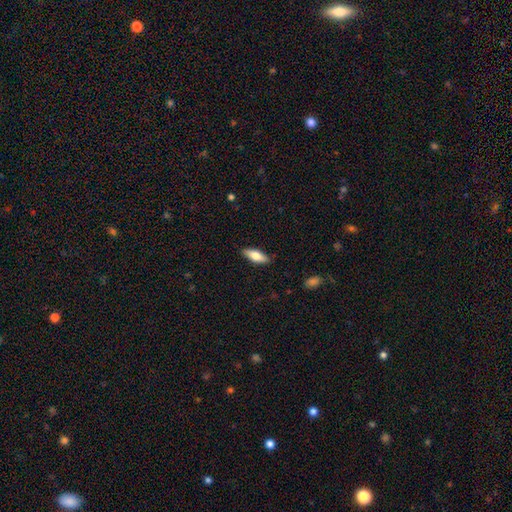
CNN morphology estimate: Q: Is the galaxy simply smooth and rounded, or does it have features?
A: smooth — 73%.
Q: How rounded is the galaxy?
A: in between — 67%.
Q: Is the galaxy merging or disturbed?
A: none — 87%.